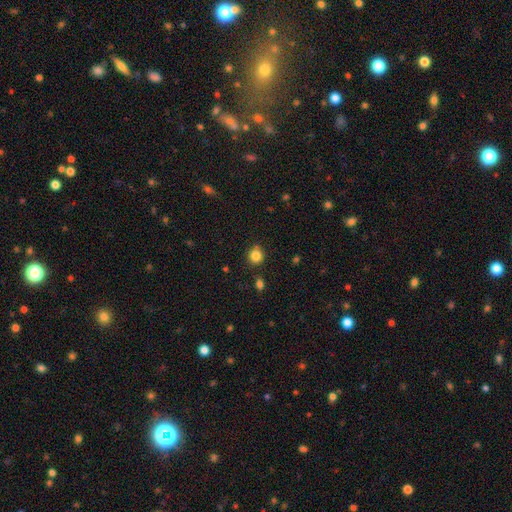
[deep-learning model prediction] Morphology: type=smooth (84%); roundness=round (89%); merging=none (81%).